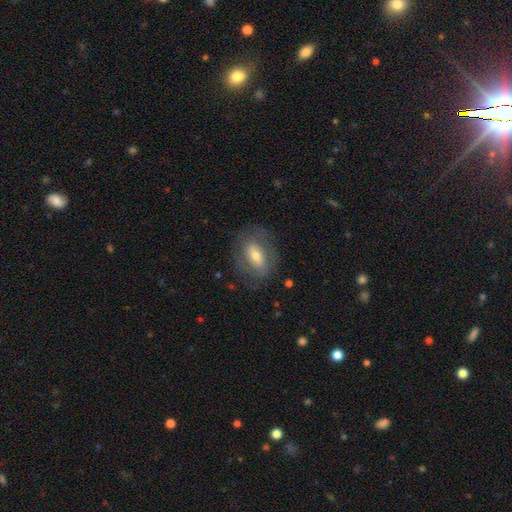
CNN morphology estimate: Smooth or featured: featured or disk — 50% (smooth — 43%)
Merging: none — 75% (minor disturbance — 16%)